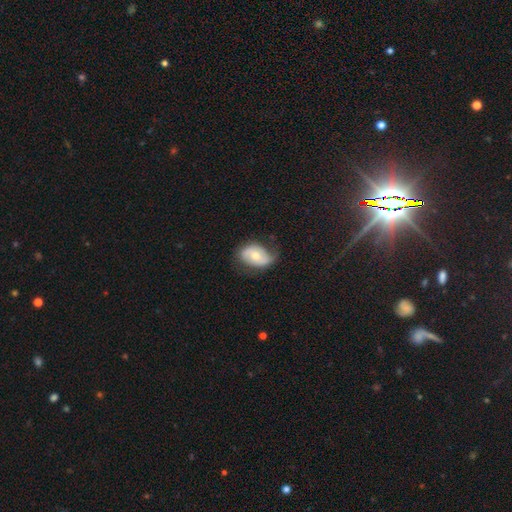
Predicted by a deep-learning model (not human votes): Smooth or featured? Predicted: featured or disk (p=0.50). Merging? Predicted: none (p=0.58).